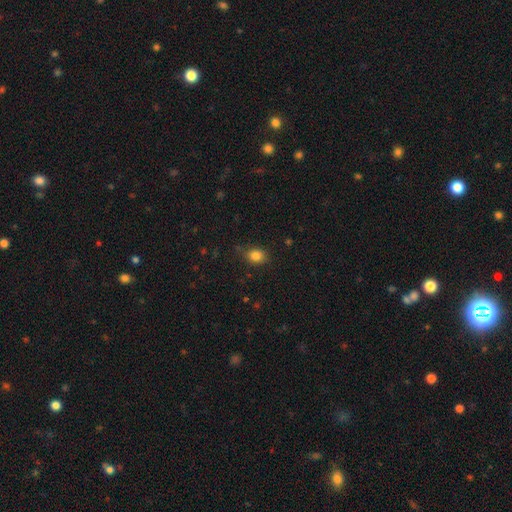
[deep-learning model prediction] Overall: smooth (84%). How rounded: in between (53%; round 46%). Merging: none (78%).